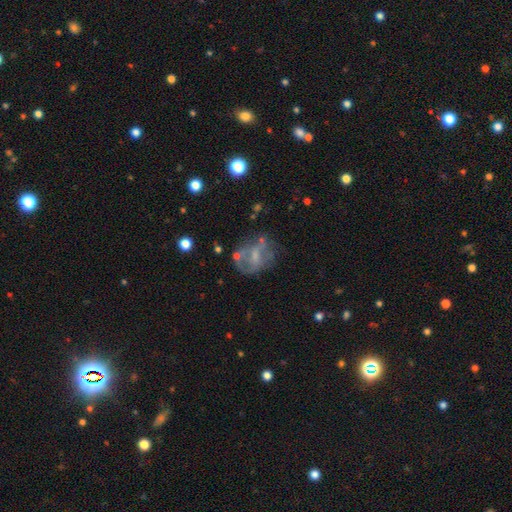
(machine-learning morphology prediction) This appears to be a featured or disk galaxy (57%) with no bar (50%), no spiral arms (65%) and a small central bulge (37%). Merging: none (44%).